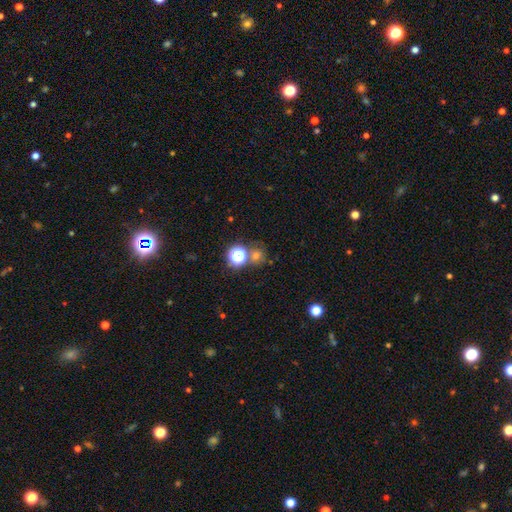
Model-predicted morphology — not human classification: This is possibly a smooth galaxy (46%). Merging: likely none (68%).